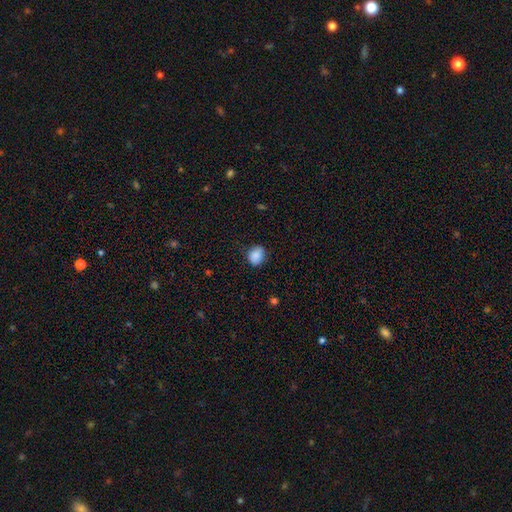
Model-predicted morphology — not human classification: This is clearly a smooth galaxy (88%). How rounded: possibly round (53%). Merging: clearly none (80%).